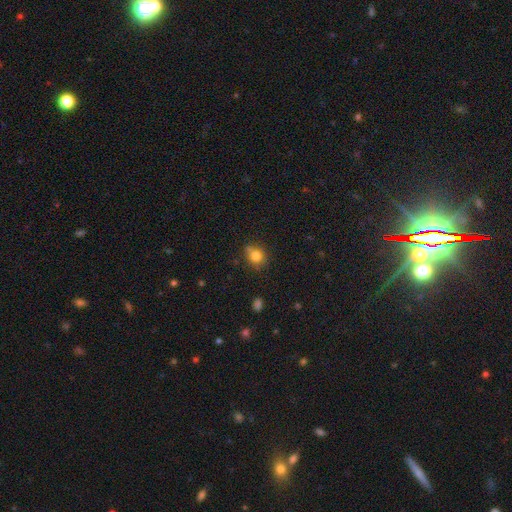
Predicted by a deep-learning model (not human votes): The model was most divided on "merging": none: 71%, minor disturbance: 16%, merger: 9%, major disturbance: 4%. More confident: how rounded — round (82%); smooth or featured — smooth (81%).